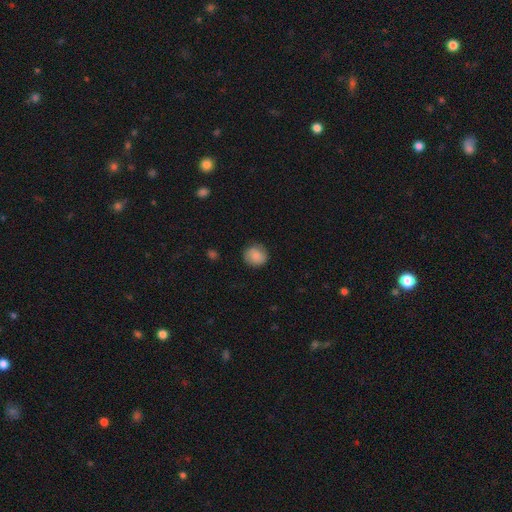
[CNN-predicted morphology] A smooth galaxy with no disk features (81%) that is round (86%). Merging: none (82%).